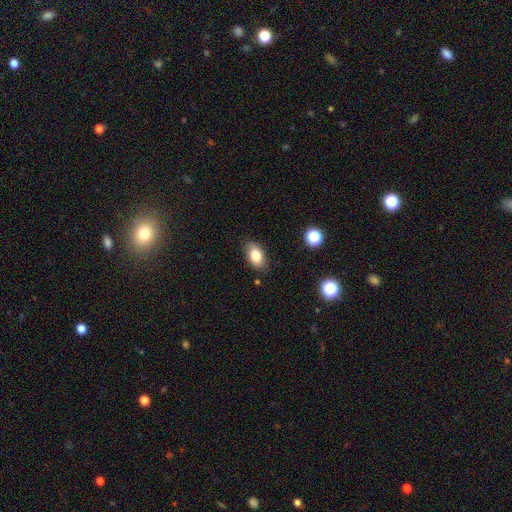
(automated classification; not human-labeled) Morphology: type=smooth (82%); roundness=in between (91%); merging=none (84%).